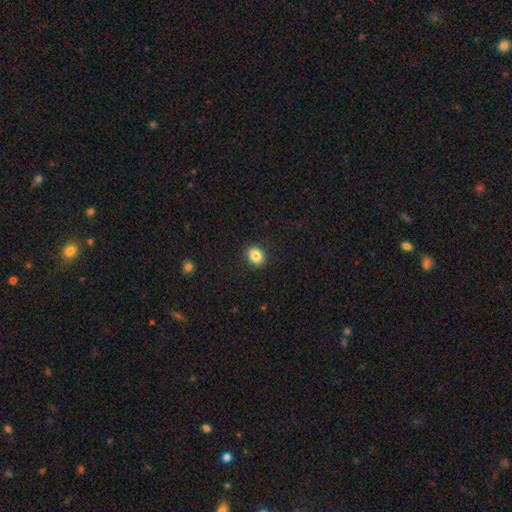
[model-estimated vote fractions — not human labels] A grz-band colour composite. It shows a smooth galaxy with no disk features (85%) that is round (62%). Merging: none (91%).